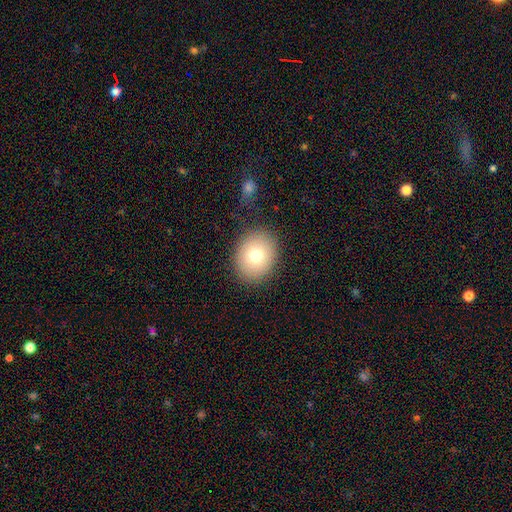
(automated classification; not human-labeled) Overall: smooth (75%). How rounded: round (54%; in between 45%). Merging: none (85%).